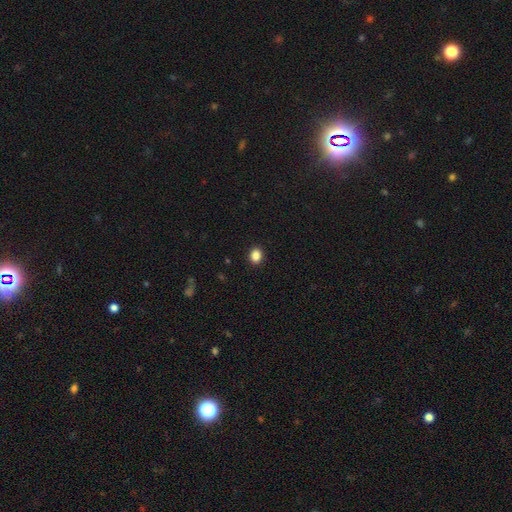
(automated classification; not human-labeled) A smooth galaxy with no disk features (87%) that is in between round and cigar-shaped (52%). Merging: none (91%).